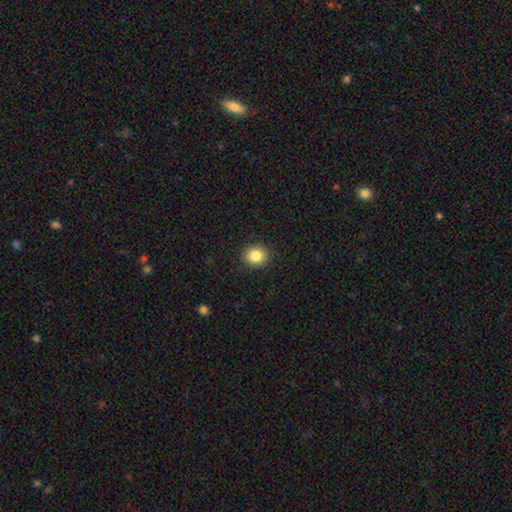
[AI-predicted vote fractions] Morphology: type=smooth (84%); roundness=round (76%); merging=none (91%).